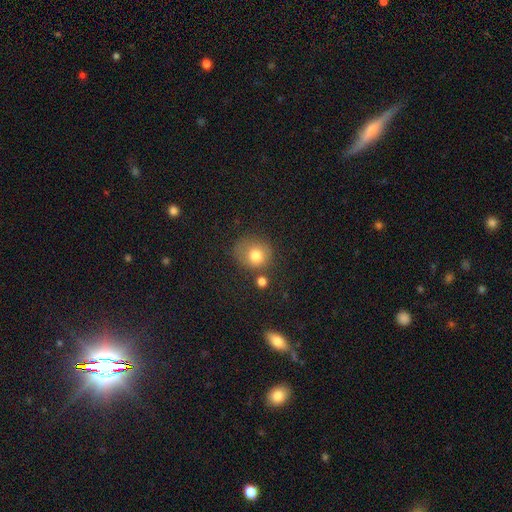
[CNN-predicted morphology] smooth_or_featured: smooth (p=0.77) [alt: star or artifact p=0.11]
how_rounded: round (p=0.80) [alt: in between p=0.19]
merging: none (p=0.60) [alt: minor disturbance p=0.21]